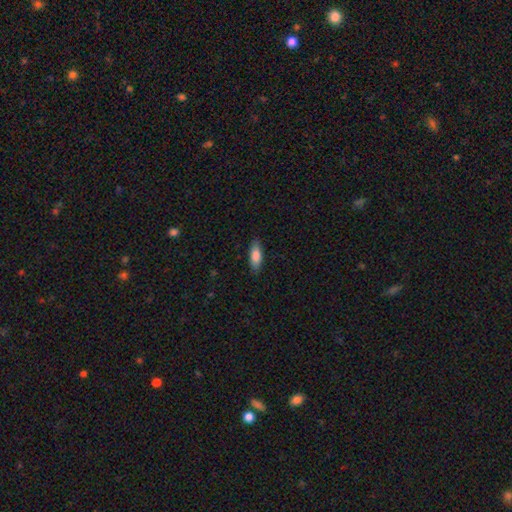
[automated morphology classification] smooth_or_featured: smooth (p=0.83) [alt: featured or disk p=0.11]
how_rounded: in between (p=0.68) [alt: cigar-shaped p=0.30]
merging: none (p=0.86) [alt: minor disturbance p=0.11]